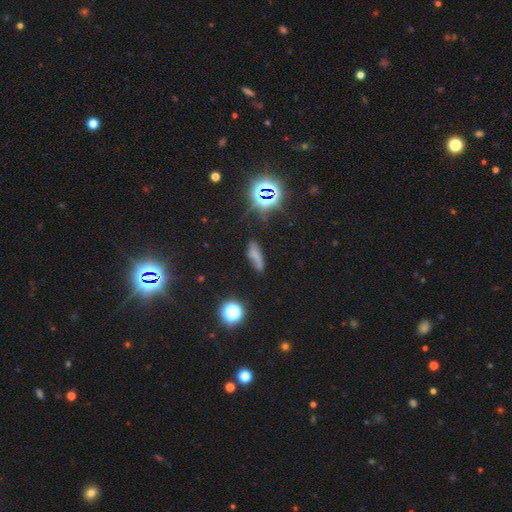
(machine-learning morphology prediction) A smooth galaxy with no disk features (55%) that is in between round and cigar-shaped (48%). Merging: none (53%).